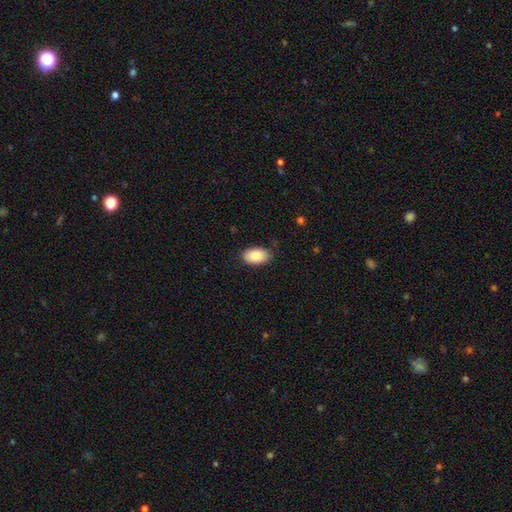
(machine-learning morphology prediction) This appears to be a smooth galaxy with no disk features (87%) that is in between round and cigar-shaped (94%). Merging: none (84%).